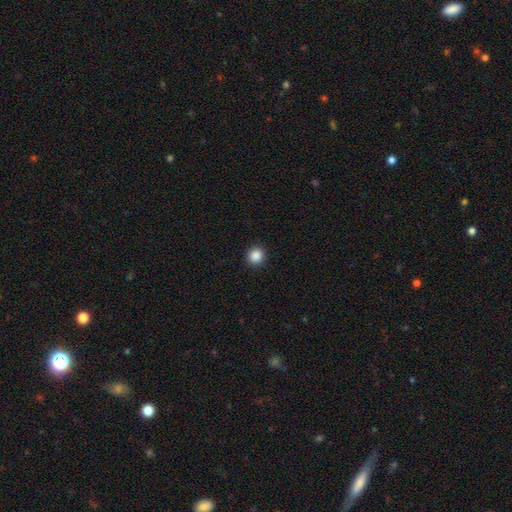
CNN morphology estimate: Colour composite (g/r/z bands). It shows a smooth galaxy with no disk features (87%) that is round (94%). Merging: none (93%).